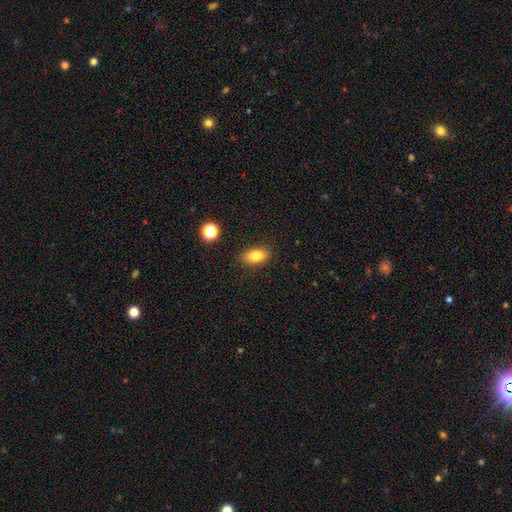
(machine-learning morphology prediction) Smooth or featured?
  - smooth: 82% *
  - star or artifact: 9%
  - featured or disk: 9%
How rounded?
  - in between: 88% *
  - round: 9%
  - cigar-shaped: 4%
Merging?
  - none: 87% *
  - minor disturbance: 9%
  - major disturbance: 2%
  - merger: 1%